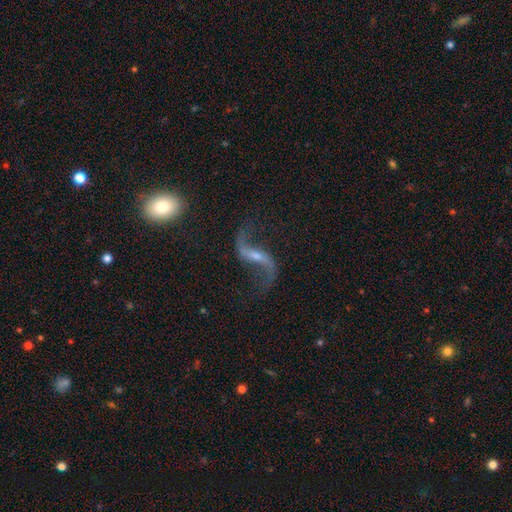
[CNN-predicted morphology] smooth_or_featured: featured or disk (p=0.91) [alt: star or artifact p=0.05]
disk_edge_on: no (p=0.95) [alt: yes p=0.05]
bar: weak (p=0.39) [alt: strong p=0.38]
has_spiral_arms: yes (p=0.97) [alt: no p=0.03]
spiral_winding: loose (p=0.93) [alt: medium p=0.05]
spiral_arm_count: 2 (p=0.94) [alt: 1 p=0.02]
bulge_size: small (p=0.62) [alt: moderate p=0.25]
merging: none (p=0.76) [alt: minor disturbance p=0.12]